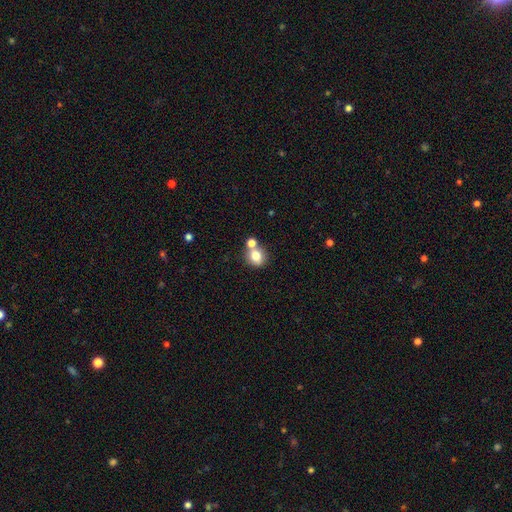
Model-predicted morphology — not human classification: The model was most divided on "merging": none: 53%, merger: 33%, minor disturbance: 10%, major disturbance: 4%. More confident: smooth or featured — smooth (78%); how rounded — round (71%).